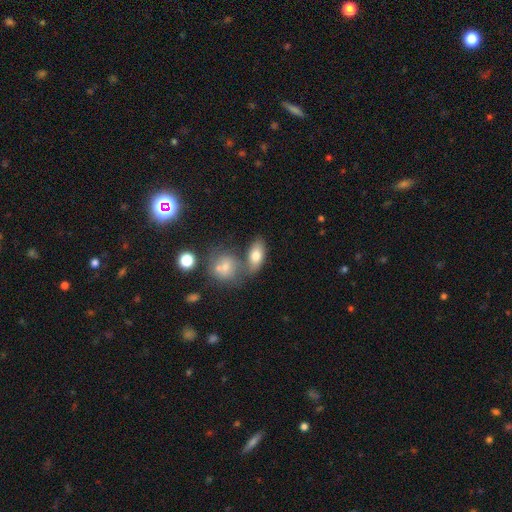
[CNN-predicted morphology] type=smooth (76%); roundness=in between (86%); merging=none (51%).